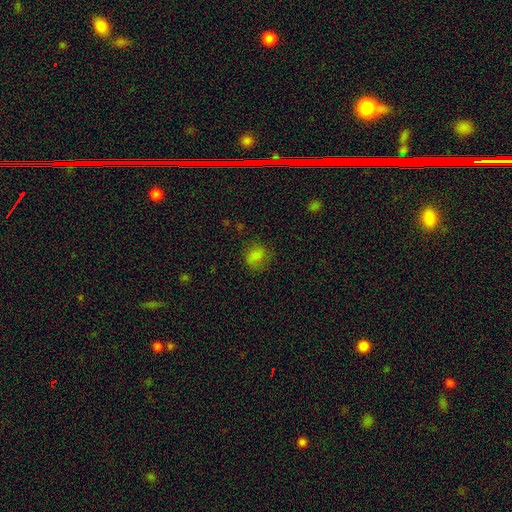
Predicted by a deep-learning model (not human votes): Smooth or featured? smooth (74%)
How rounded? round (59%)
Merging? none (64%)